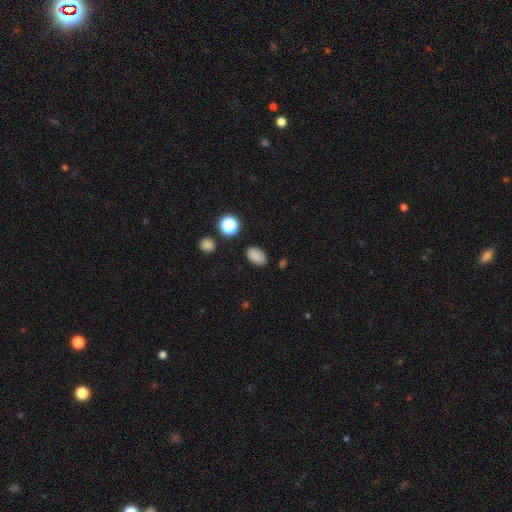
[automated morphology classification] smooth 84%, star or artifact 12%, featured or disk 4%. Down the decision tree: how rounded — in between (89%); merging — none (84%).